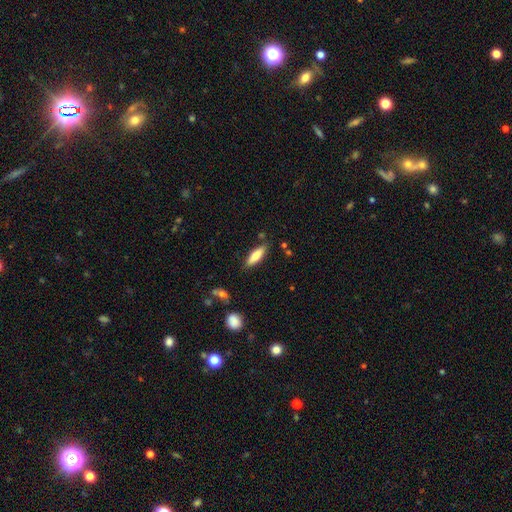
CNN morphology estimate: Smooth or featured? Predicted: smooth (p=0.75). How rounded? Predicted: cigar-shaped (p=0.52). Merging? Predicted: none (p=0.83).